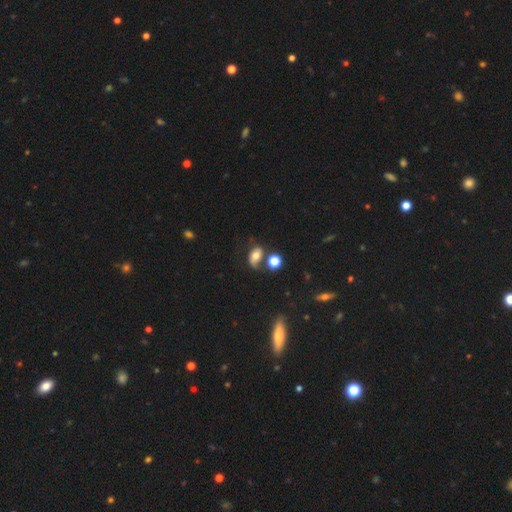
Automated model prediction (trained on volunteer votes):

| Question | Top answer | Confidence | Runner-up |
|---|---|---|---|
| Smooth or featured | smooth | 56% | featured or disk (31%) |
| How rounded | in between | 76% | round (22%) |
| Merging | none | 46% | minor disturbance (23%) |